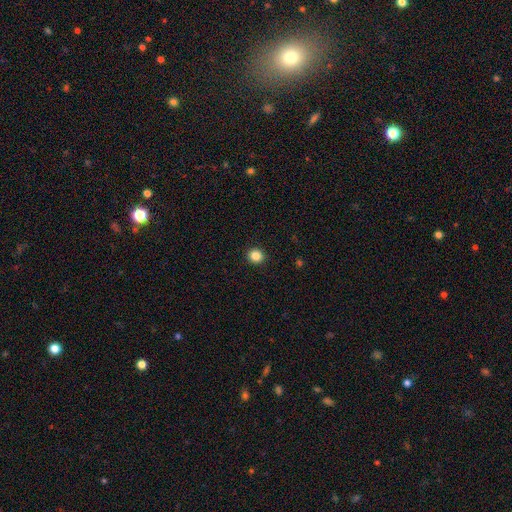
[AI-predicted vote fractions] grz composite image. It shows a smooth galaxy with no disk features (85%) that is round (87%). Merging: none (93%).